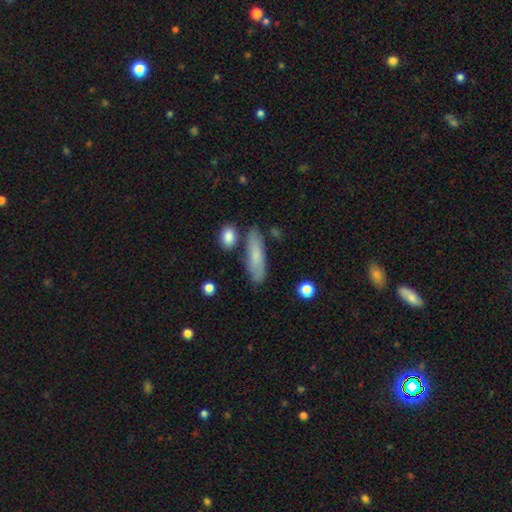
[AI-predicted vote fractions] Q: Smooth or featured?
A: smooth (71%); runner-up: featured or disk (21%)
Q: How rounded?
A: cigar-shaped (63%); runner-up: in between (34%)
Q: Merging?
A: none (75%); runner-up: minor disturbance (15%)